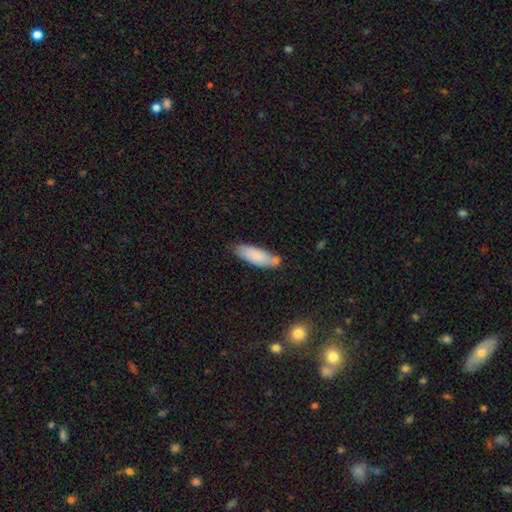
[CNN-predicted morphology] Smooth or featured: smooth — 82% (featured or disk — 12%)
How rounded: in between — 59% (cigar-shaped — 40%)
Merging: none — 63% (minor disturbance — 20%)